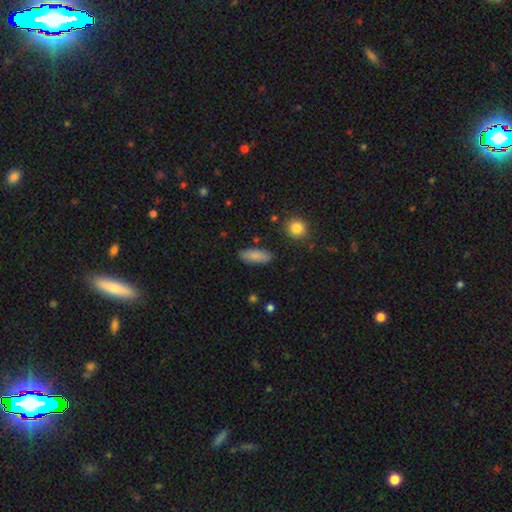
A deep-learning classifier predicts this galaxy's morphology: Overall: smooth (85%). How rounded: in between (71%). Merging: none (86%).